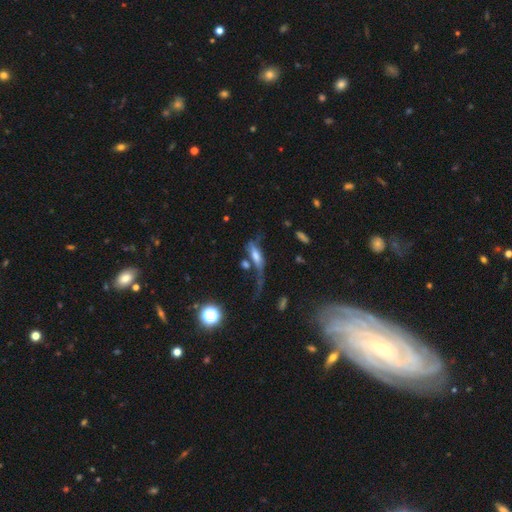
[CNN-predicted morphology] Smooth or featured?
  - smooth: 44% * (tied)
  - featured or disk: 44% * (tied)
  - star or artifact: 12%
Merging?
  - major disturbance: 38% *
  - none: 24%
  - merger: 21%
  - minor disturbance: 16%